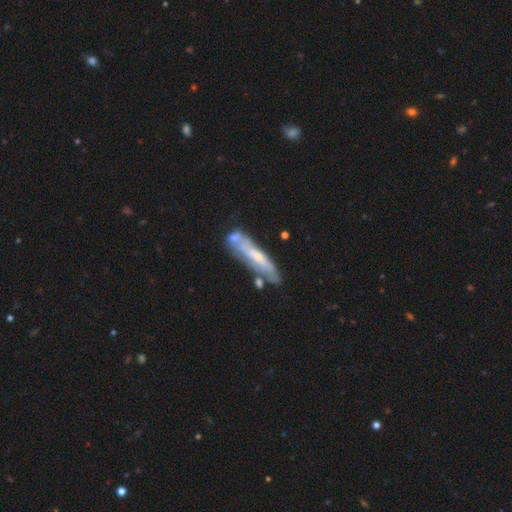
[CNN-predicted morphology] Overall: featured or disk (63%; smooth 30%). Edge-on disk: no (56%; yes 44%). Merging: none (55%; minor disturbance 20%).